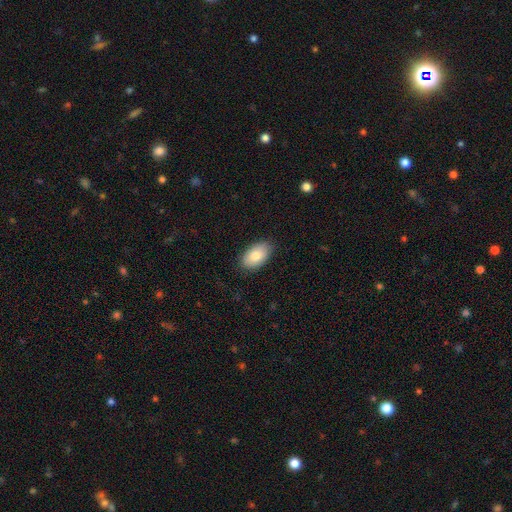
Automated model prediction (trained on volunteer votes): smooth 83%, featured or disk 11%, star or artifact 6%. Down the decision tree: how rounded — in between (94%); merging — none (85%).